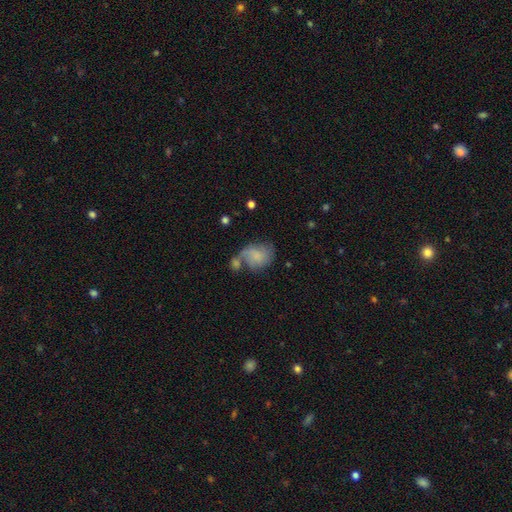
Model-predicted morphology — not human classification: Overall: smooth (63%; featured or disk 29%). How rounded: in between (56%; round 43%). Merging: none (35%; merger 26%).